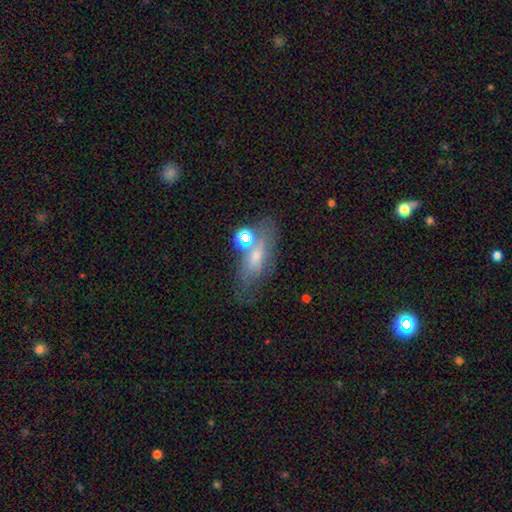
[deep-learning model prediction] Overall: smooth (48%; featured or disk 37%). Merging: none (47%; minor disturbance 23%).